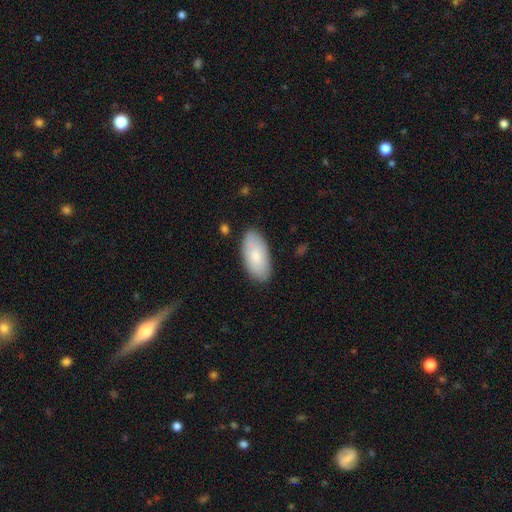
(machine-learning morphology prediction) This is clearly a smooth galaxy (81%). How rounded: clearly in between (95%). Merging: clearly none (85%).